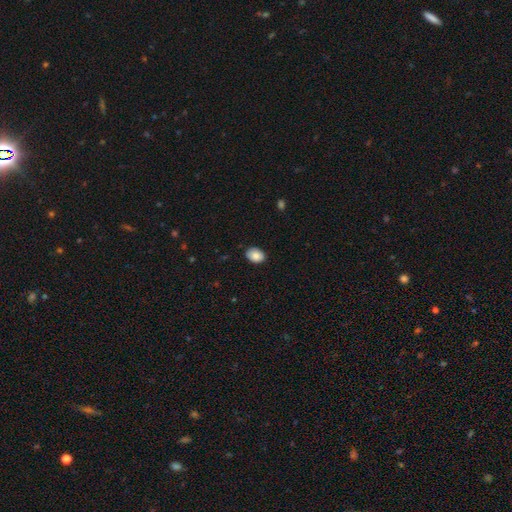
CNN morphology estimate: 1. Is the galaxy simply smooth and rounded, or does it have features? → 87% smooth, 8% star or artifact, 6% featured or disk.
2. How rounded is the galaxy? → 72% in between, 27% round, 1% cigar-shaped.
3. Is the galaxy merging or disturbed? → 84% none, 13% minor disturbance, 2% major disturbance, 1% merger.